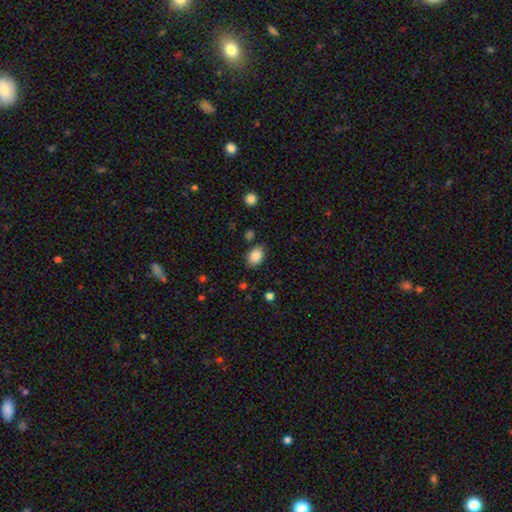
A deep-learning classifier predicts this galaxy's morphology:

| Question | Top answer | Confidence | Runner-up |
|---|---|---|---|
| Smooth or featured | smooth | 86% | star or artifact (8%) |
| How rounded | in between | 80% | round (19%) |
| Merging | none | 81% | minor disturbance (14%) |